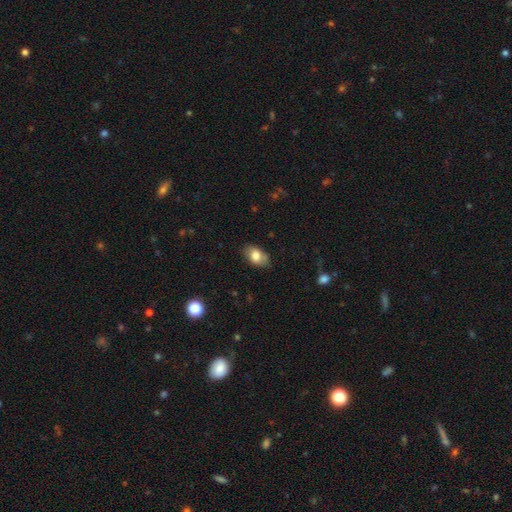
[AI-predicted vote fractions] smooth 78%, featured or disk 15%, star or artifact 7%. Down the decision tree: how rounded — in between (89%); merging — none (77%).